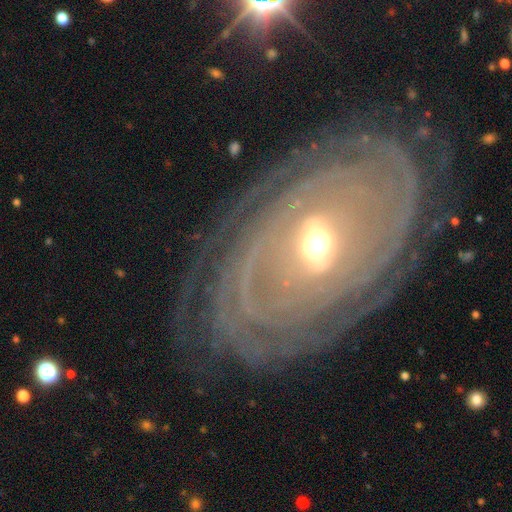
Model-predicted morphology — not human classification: smooth_or_featured: featured or disk (p=0.87) [alt: smooth p=0.07]
disk_edge_on: no (p=0.94) [alt: yes p=0.06]
bar: no (p=0.49) [alt: weak p=0.33]
has_spiral_arms: yes (p=0.91) [alt: no p=0.09]
spiral_winding: tight (p=0.83) [alt: medium p=0.13]
spiral_arm_count: can't tell (p=0.38) [alt: more than 4 p=0.17]
bulge_size: moderate (p=0.64) [alt: small p=0.29]
merging: none (p=0.79) [alt: minor disturbance p=0.14]